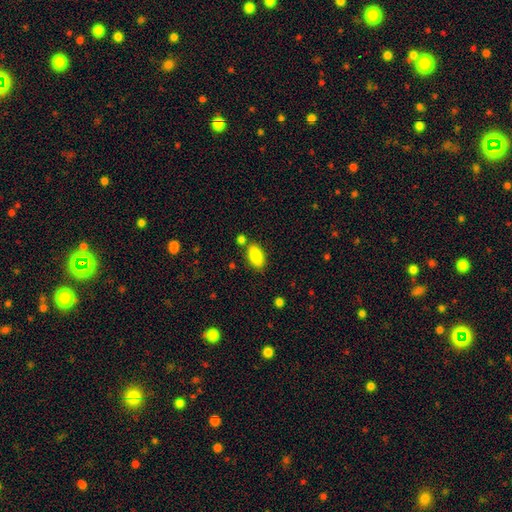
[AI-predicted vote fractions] Smooth or featured?
  - smooth: 87% *
  - star or artifact: 7%
  - featured or disk: 5%
How rounded?
  - in between: 90% *
  - cigar-shaped: 6%
  - round: 3%
Merging?
  - none: 76% *
  - minor disturbance: 12%
  - merger: 9%
  - major disturbance: 3%